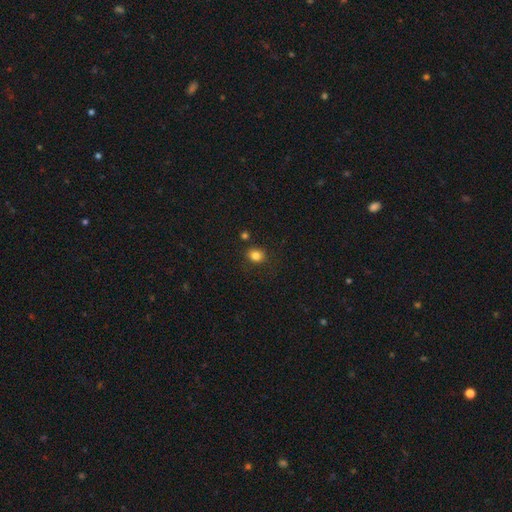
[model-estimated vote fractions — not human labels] Smooth or featured: smooth — 82% (star or artifact — 12%)
How rounded: round — 67% (in between — 32%)
Merging: none — 81% (minor disturbance — 11%)